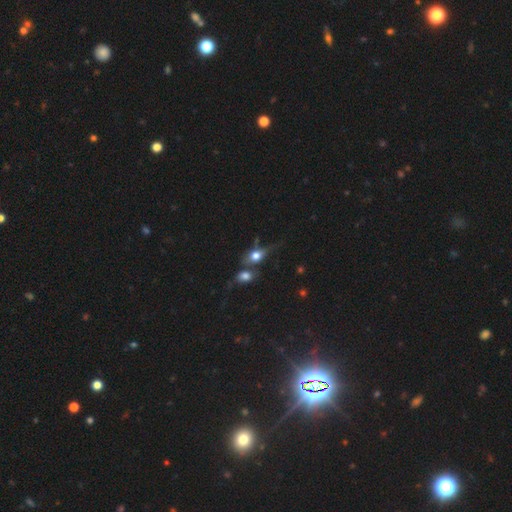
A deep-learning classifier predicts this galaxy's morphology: A smooth galaxy with no disk features (64%) that is in between round and cigar-shaped (68%).

Vote fractions:
- Smooth or featured? smooth: 64% / featured or disk: 25% / star or artifact: 11%
- How rounded? in between: 68% / round: 23% / cigar-shaped: 10%
- Merging? none: 35% (tied) / merger: 35% (tied) / minor disturbance: 17% / major disturbance: 13%